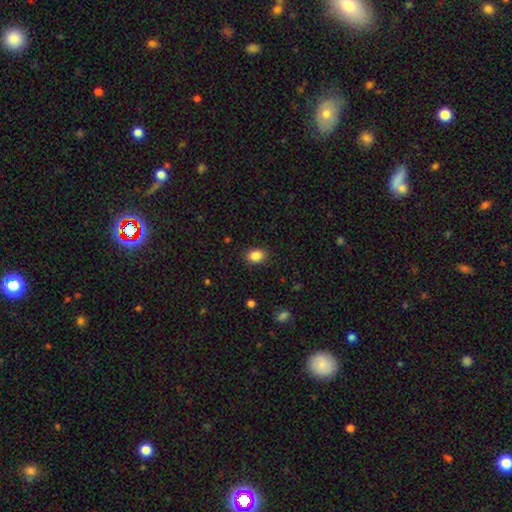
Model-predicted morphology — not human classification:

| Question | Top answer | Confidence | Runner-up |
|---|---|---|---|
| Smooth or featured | smooth | 86% | star or artifact (10%) |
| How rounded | in between | 60% | round (39%) |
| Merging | none | 88% | minor disturbance (9%) |